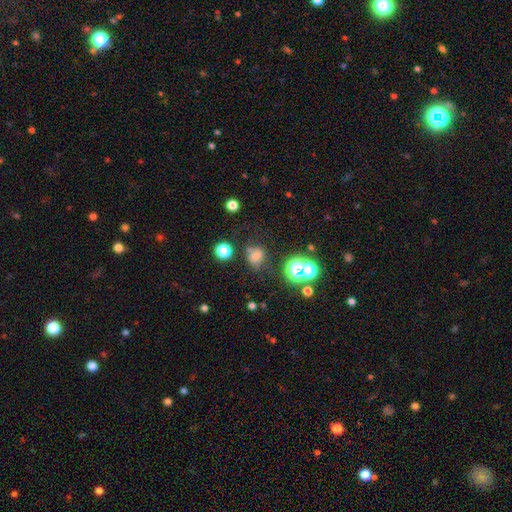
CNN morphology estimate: type=smooth (57%); roundness=round (60%); merging=none (59%).